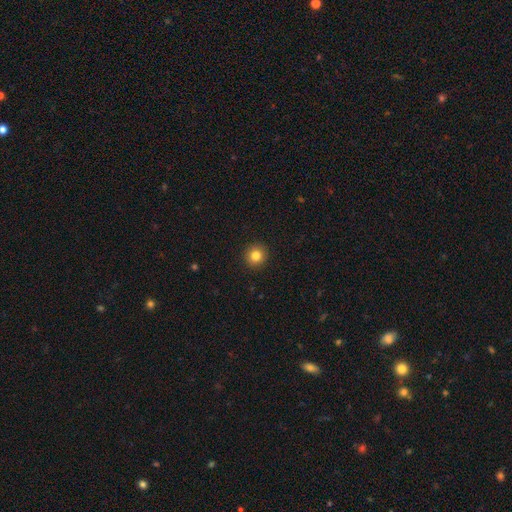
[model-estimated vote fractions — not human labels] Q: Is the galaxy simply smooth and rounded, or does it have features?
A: smooth — 83%.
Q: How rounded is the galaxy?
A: round — 92%.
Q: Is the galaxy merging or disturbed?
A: none — 92%.